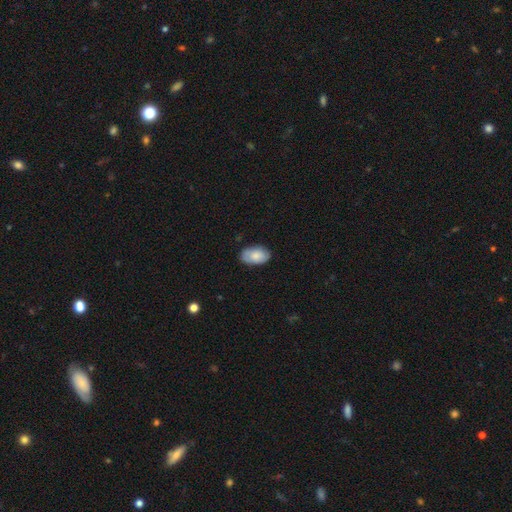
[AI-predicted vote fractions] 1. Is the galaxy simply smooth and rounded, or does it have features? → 78% smooth, 16% featured or disk, 6% star or artifact.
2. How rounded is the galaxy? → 93% in between, 5% round, 1% cigar-shaped.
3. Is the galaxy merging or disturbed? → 78% none, 18% minor disturbance, 3% major disturbance, 1% merger.